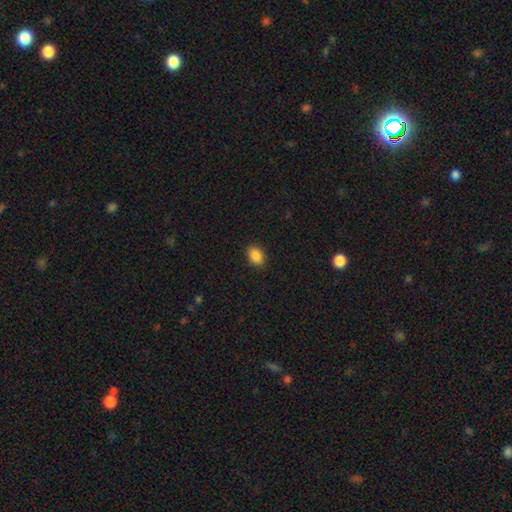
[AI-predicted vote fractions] Smooth or featured? Predicted: smooth (p=0.88). How rounded? Predicted: in between (p=0.78). Merging? Predicted: none (p=0.89).